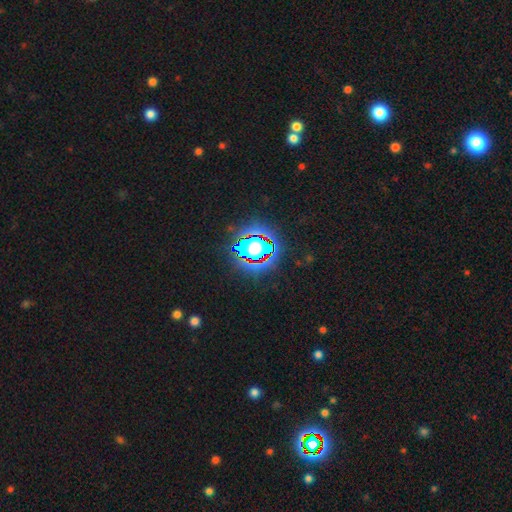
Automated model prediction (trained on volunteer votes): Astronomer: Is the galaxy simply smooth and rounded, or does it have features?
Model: star or artifact — 80%.